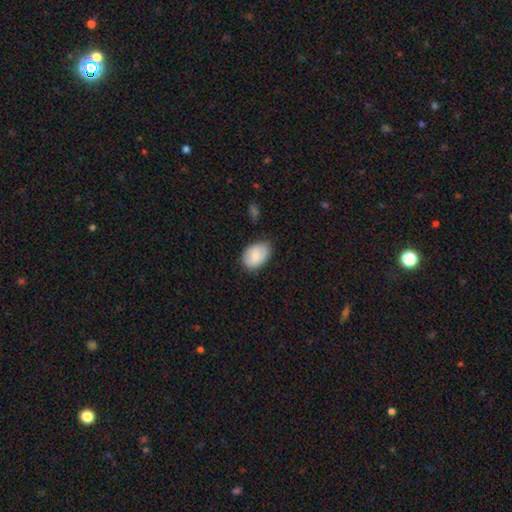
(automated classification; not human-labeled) A smooth galaxy with no disk features (75%) that is in between round and cigar-shaped (82%).

Vote fractions:
- Smooth or featured? smooth: 75% / featured or disk: 19% / star or artifact: 6%
- How rounded? in between: 82% / round: 17% / cigar-shaped: 1%
- Merging? none: 75% / minor disturbance: 20% / major disturbance: 3% / merger: 1%